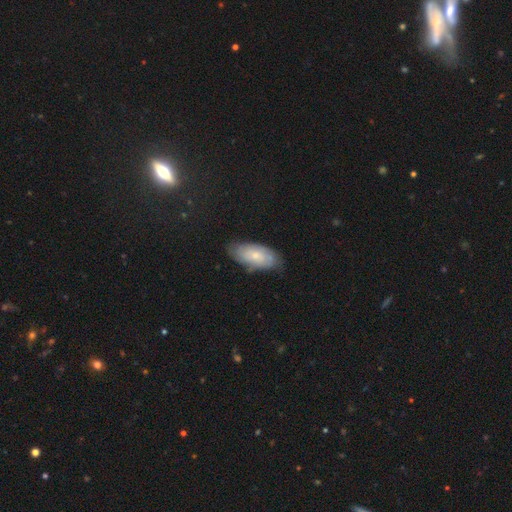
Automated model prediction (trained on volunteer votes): Morphology: type=smooth (51%); roundness=in between (90%); merging=none (69%).